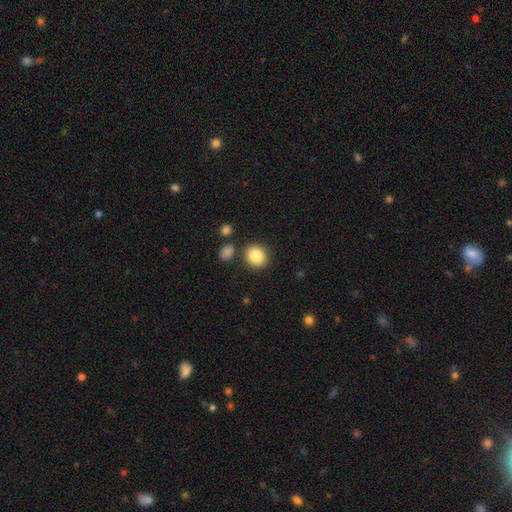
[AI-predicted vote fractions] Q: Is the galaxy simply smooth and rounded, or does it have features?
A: smooth — 86%.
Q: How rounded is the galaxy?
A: round — 77%.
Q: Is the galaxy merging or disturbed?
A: none — 83%.